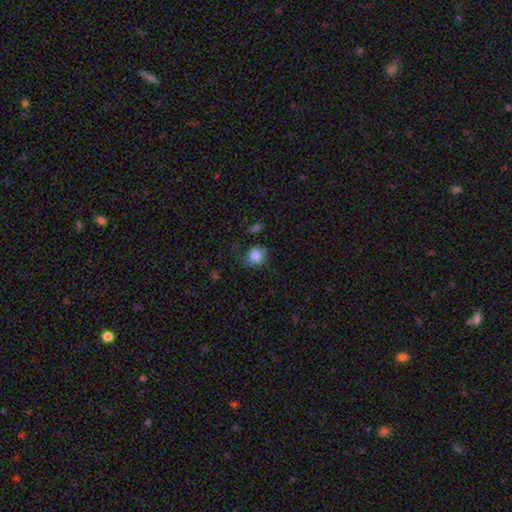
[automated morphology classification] Q: Smooth or featured?
A: smooth (83%); runner-up: star or artifact (9%)
Q: How rounded?
A: round (65%); runner-up: in between (34%)
Q: Merging?
A: none (56%); runner-up: minor disturbance (29%)